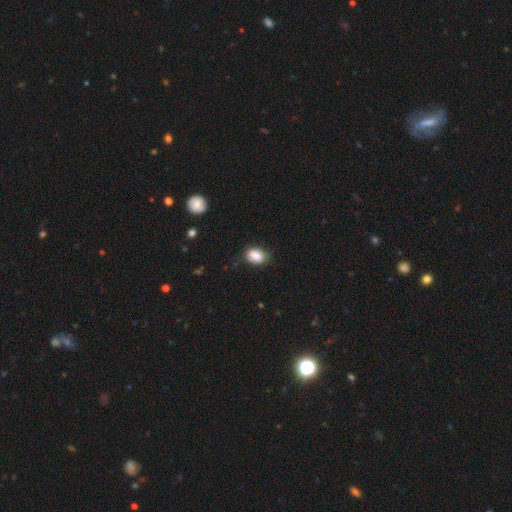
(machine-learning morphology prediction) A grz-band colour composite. It shows a smooth galaxy with no disk features (86%) that is in between round and cigar-shaped (82%). Merging: none (77%).